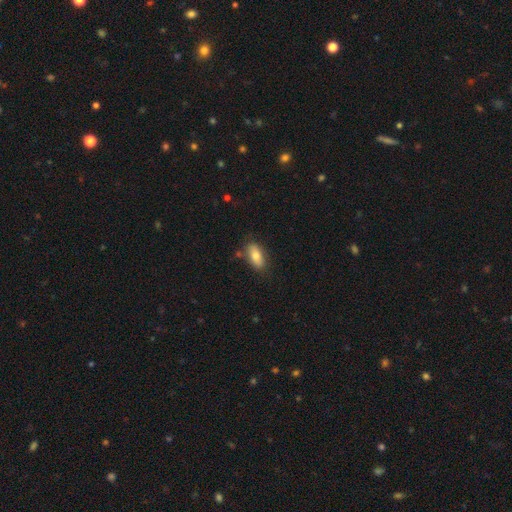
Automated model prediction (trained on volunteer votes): Overall: smooth (76%). How rounded: in between (88%). Merging: none (79%).